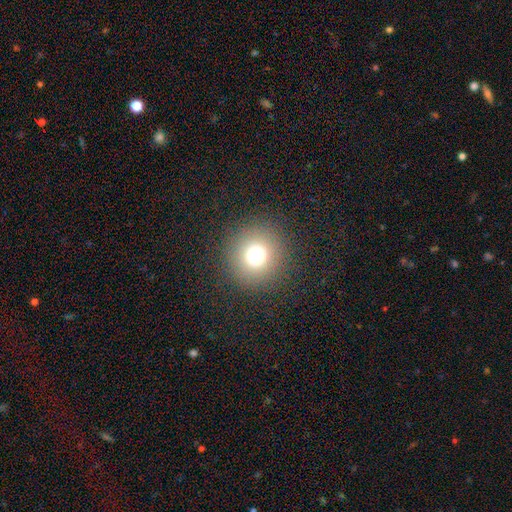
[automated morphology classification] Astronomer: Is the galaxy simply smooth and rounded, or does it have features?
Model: smooth — 72%.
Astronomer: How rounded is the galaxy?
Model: round — 95%.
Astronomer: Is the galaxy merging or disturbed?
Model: none — 89%.